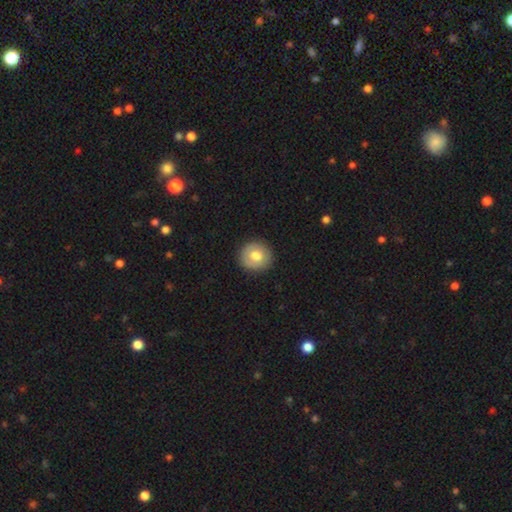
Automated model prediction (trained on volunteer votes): A smooth galaxy with no disk features (71%) that is round (92%).

Vote fractions:
- Smooth or featured? smooth: 71% / featured or disk: 22% / star or artifact: 7%
- How rounded? round: 92% / in between: 7% / cigar-shaped: 1%
- Merging? none: 90% / minor disturbance: 7% / major disturbance: 2% / merger: 1%